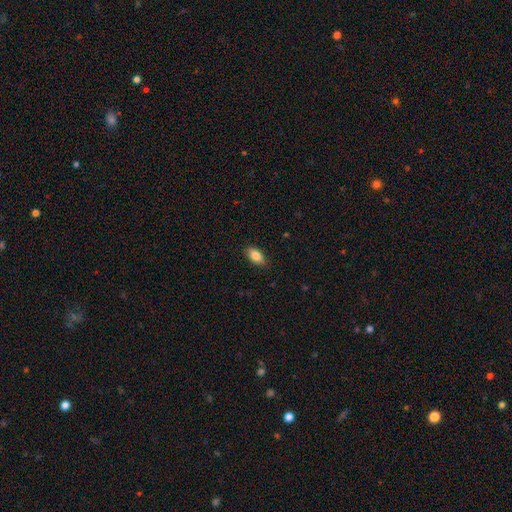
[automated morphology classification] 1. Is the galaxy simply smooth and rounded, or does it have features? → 84% smooth, 9% featured or disk, 7% star or artifact.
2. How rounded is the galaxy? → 91% in between, 5% round, 4% cigar-shaped.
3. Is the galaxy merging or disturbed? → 87% none, 10% minor disturbance, 2% major disturbance, 1% merger.